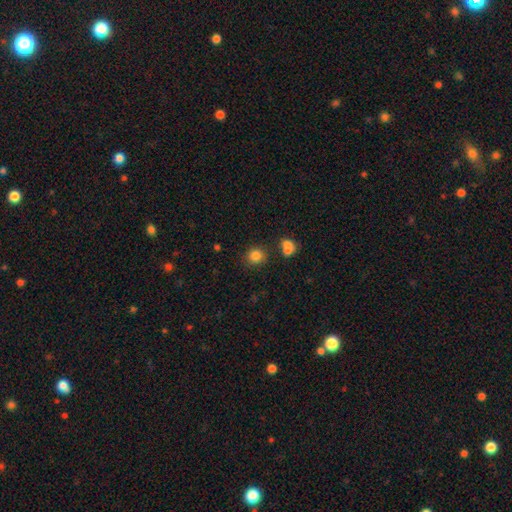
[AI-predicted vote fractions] Morphology: type=smooth (84%); roundness=round (85%); merging=none (80%).